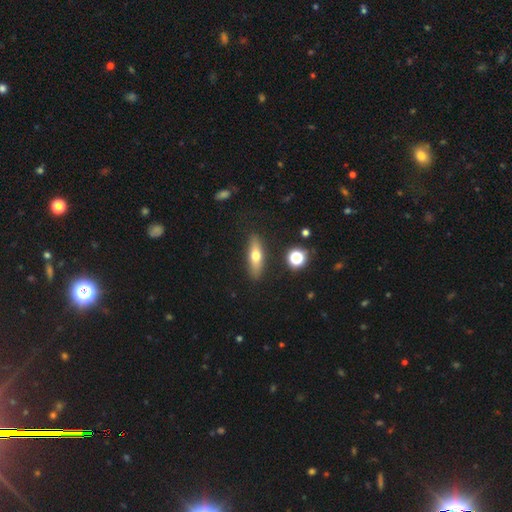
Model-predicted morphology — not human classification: This is possibly a smooth galaxy (56%). How rounded: possibly cigar-shaped (57%). Merging: clearly none (88%).